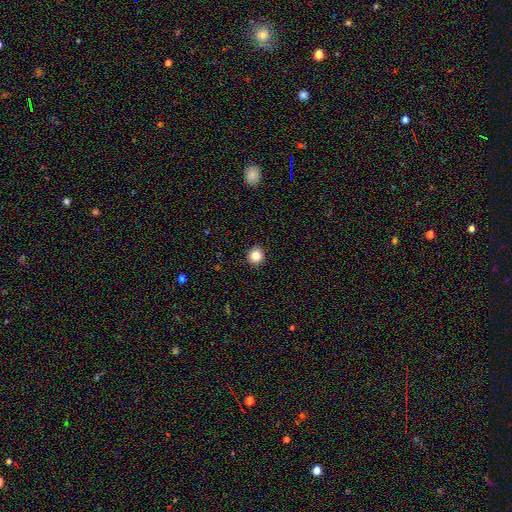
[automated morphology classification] Overall: smooth (84%). How rounded: round (92%). Merging: none (92%).